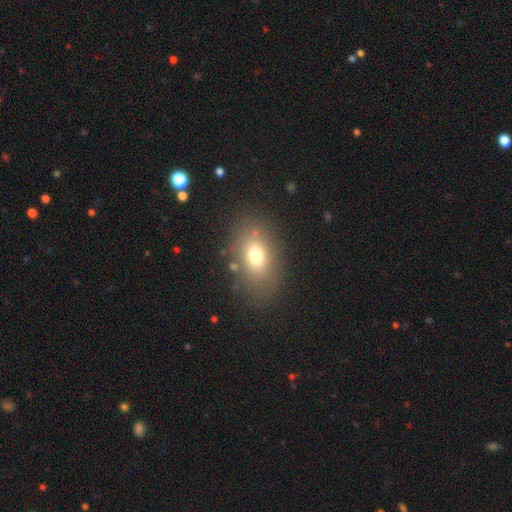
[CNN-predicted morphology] The model was most divided on "smooth or featured": smooth: 71%, featured or disk: 16%, star or artifact: 13%. More confident: merging — none (78%); how rounded — in between (78%).